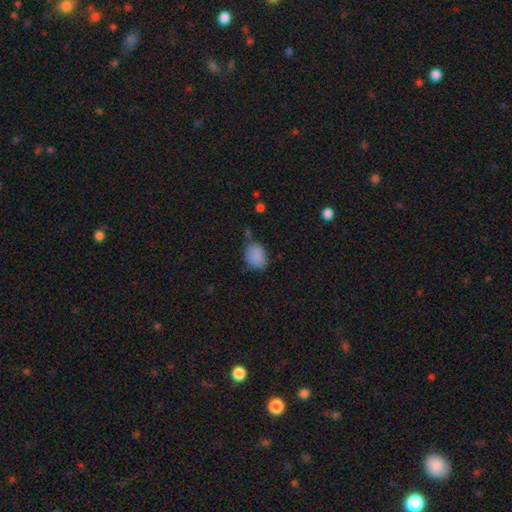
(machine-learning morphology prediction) smooth-or-featured: smooth: 85% | star or artifact: 9% | featured or disk: 5%
  how-rounded: in between: 62% | round: 37% | cigar-shaped: 1%
  merging: none: 62% | minor disturbance: 26% | major disturbance: 7% | merger: 6%